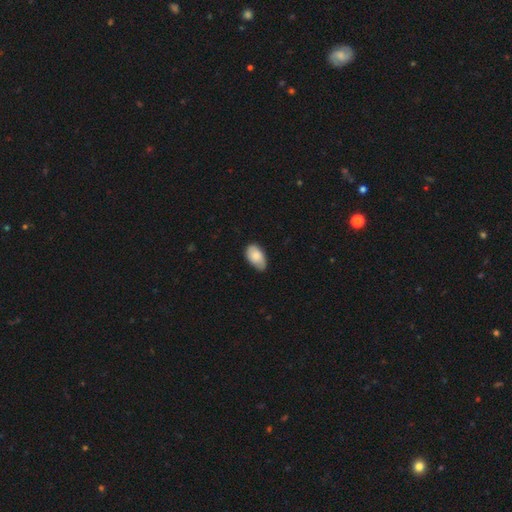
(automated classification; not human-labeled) The model was most divided on "merging": none: 68%, minor disturbance: 27%, major disturbance: 3%, merger: 1%. More confident: how rounded — in between (94%); smooth or featured — smooth (82%).